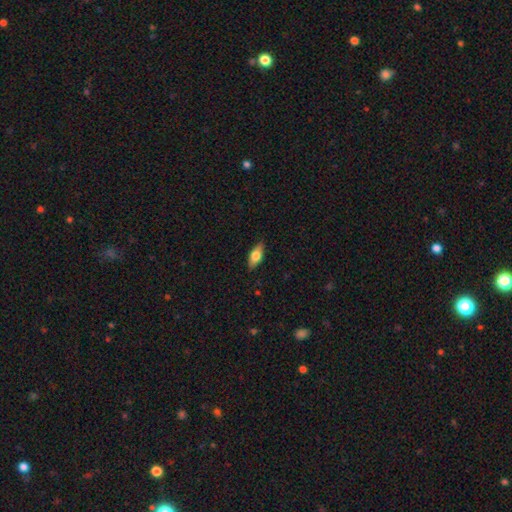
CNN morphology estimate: smooth-or-featured: smooth: 67% | featured or disk: 26% | star or artifact: 7%
  how-rounded: in between: 80% | cigar-shaped: 17% | round: 4%
  merging: none: 86% | minor disturbance: 11% | major disturbance: 2% | merger: 1%